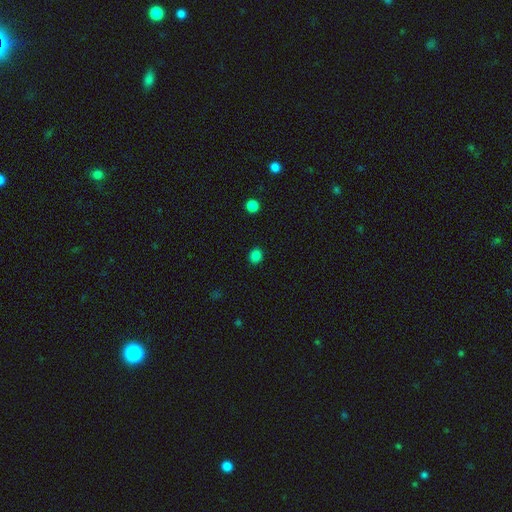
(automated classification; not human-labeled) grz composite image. It shows a smooth galaxy with no disk features (84%) that is round (72%). Merging: none (90%).